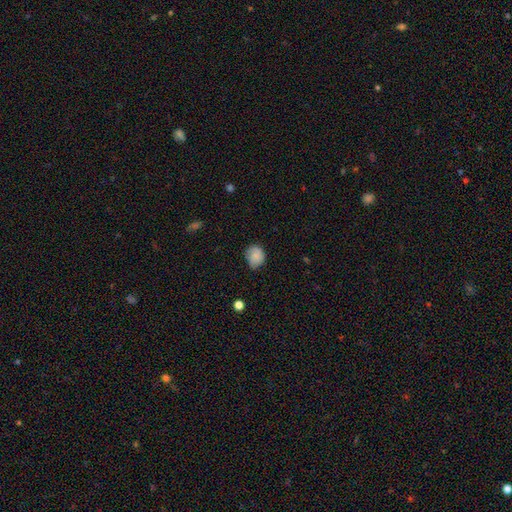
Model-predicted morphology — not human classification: Smooth or featured: smooth — 82% (featured or disk — 10%)
How rounded: round — 60% (in between — 40%)
Merging: none — 63% (minor disturbance — 30%)